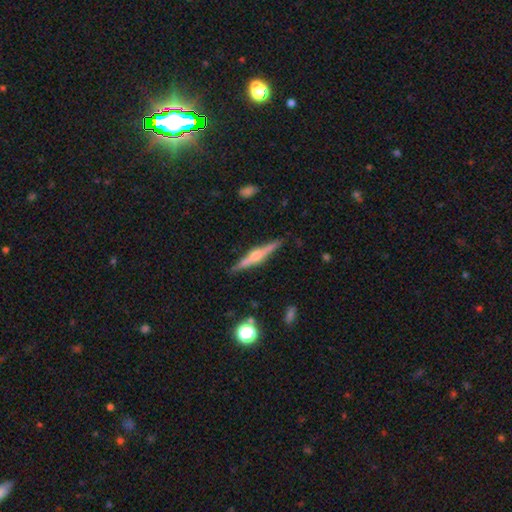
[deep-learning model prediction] smooth_or_featured: featured or disk (p=0.74) [alt: smooth p=0.16]
disk_edge_on: yes (p=0.97) [alt: no p=0.03]
edge_on_bulge: rounded (p=0.86) [alt: boxy p=0.08]
merging: none (p=0.88) [alt: minor disturbance p=0.09]